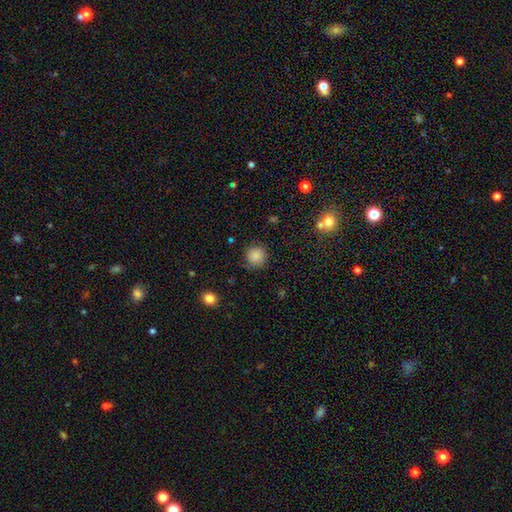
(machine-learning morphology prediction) type=smooth (84%); roundness=round (92%); merging=none (80%).